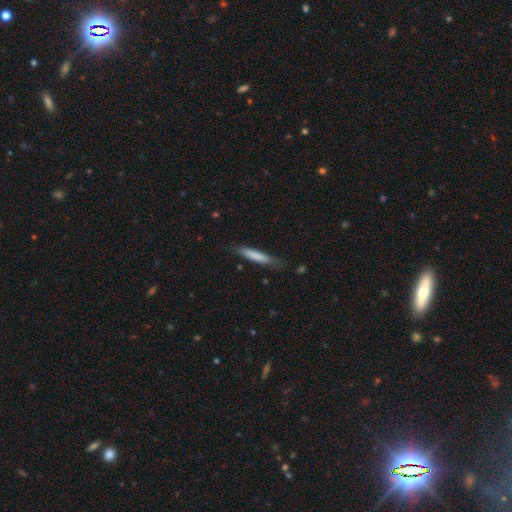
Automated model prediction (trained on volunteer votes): Q: Smooth or featured?
A: smooth (75%); runner-up: featured or disk (19%)
Q: How rounded?
A: cigar-shaped (92%); runner-up: in between (7%)
Q: Merging?
A: none (80%); runner-up: minor disturbance (15%)